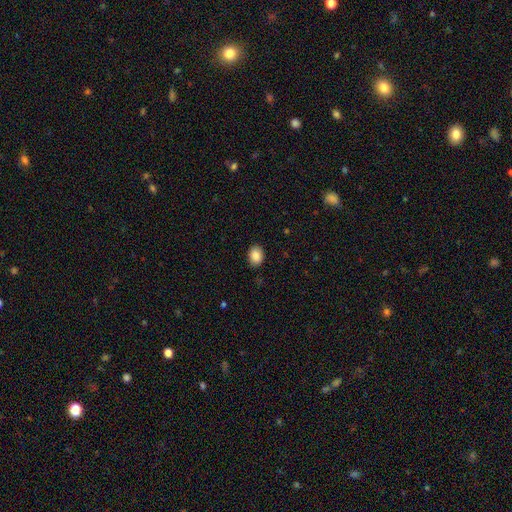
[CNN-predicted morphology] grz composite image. It shows a smooth galaxy with no disk features (88%) that is in between round and cigar-shaped (72%). Merging: none (88%).